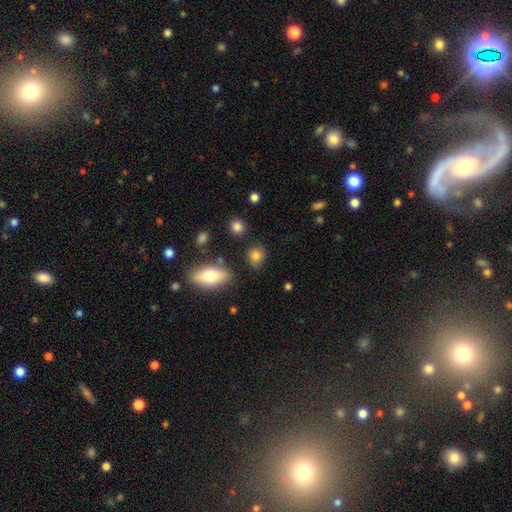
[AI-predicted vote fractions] smooth_or_featured: smooth (p=0.80) [alt: star or artifact p=0.10]
how_rounded: round (p=0.63) [alt: in between p=0.35]
merging: none (p=0.78) [alt: minor disturbance p=0.14]